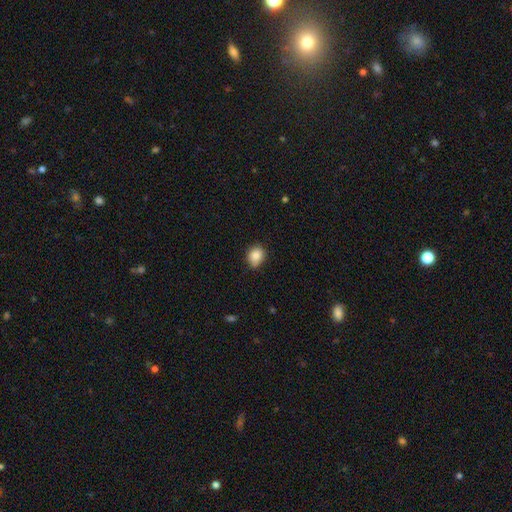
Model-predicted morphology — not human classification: Smooth or featured: smooth — 85% (star or artifact — 9%)
How rounded: round — 57% (in between — 42%)
Merging: none — 64% (minor disturbance — 29%)